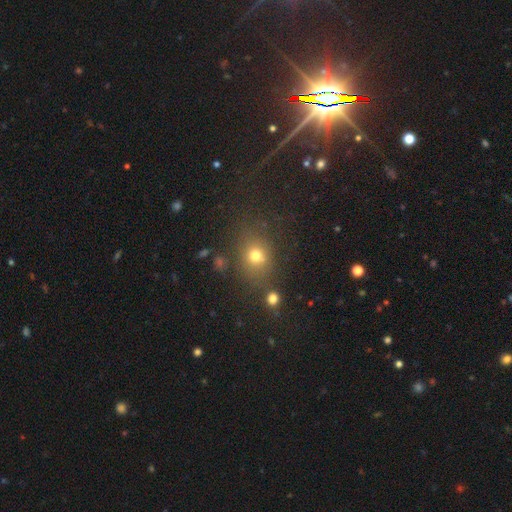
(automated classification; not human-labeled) This is likely a smooth galaxy (72%). How rounded: likely round (63%). Merging: likely none (71%).